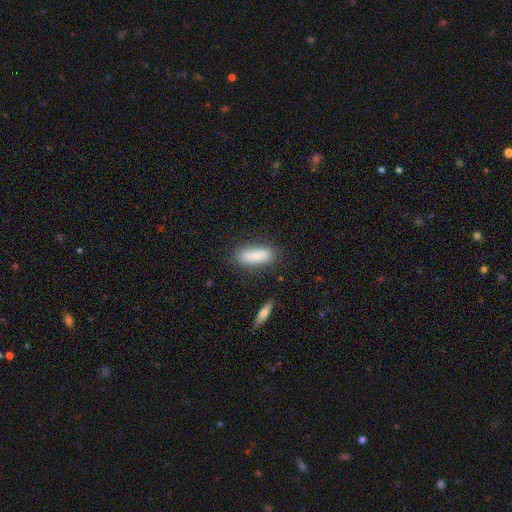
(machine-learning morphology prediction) The model was most divided on "how rounded": in between: 62%, cigar-shaped: 36%, round: 2%. More confident: smooth or featured — smooth (87%); merging — none (82%).